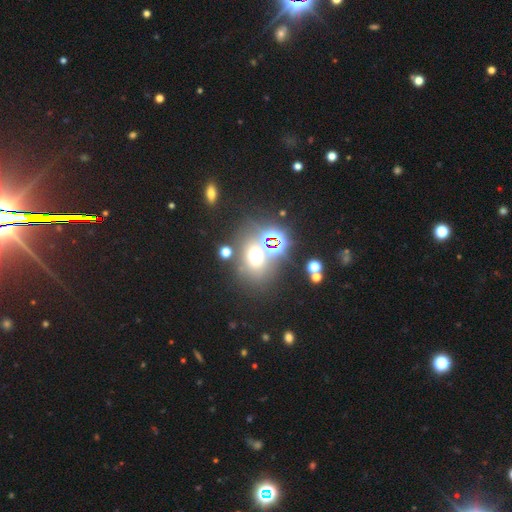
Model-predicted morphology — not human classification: Smooth or featured?
  - smooth: 47% *
  - star or artifact: 40%
  - featured or disk: 13%
Merging?
  - none: 64% *
  - merger: 18%
  - minor disturbance: 11%
  - major disturbance: 7%